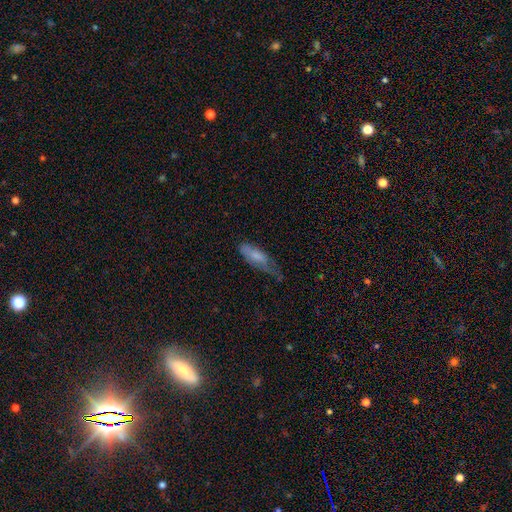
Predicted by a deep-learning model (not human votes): smooth 68%, featured or disk 24%, star or artifact 7%. Down the decision tree: how rounded — in between (66%); merging — minor disturbance (40%).